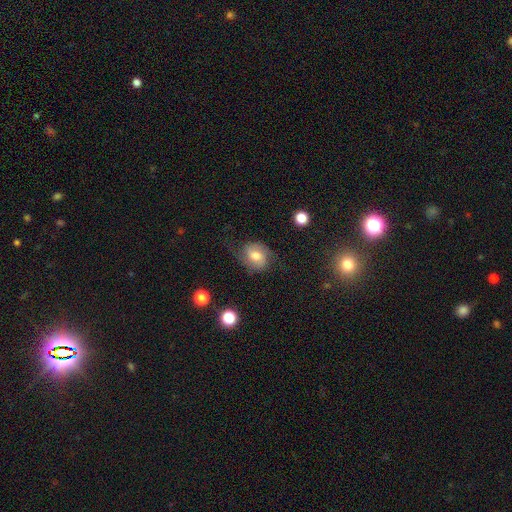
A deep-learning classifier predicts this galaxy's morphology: smooth-or-featured: featured or disk: 50% | smooth: 40% | star or artifact: 10%
  merging: none: 64% | minor disturbance: 20% | major disturbance: 14% | merger: 2%